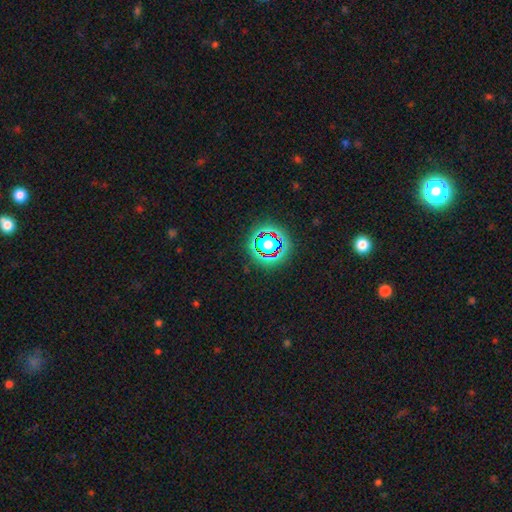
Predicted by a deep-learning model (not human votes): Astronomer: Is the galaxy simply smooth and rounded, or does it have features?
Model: star or artifact — 75%.